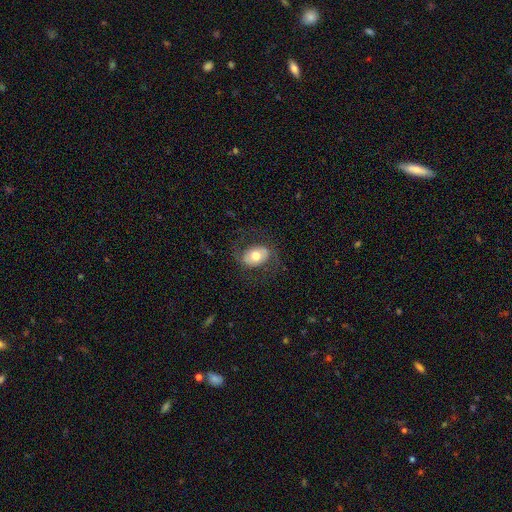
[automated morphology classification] smooth-or-featured: smooth: 49% | featured or disk: 43% | star or artifact: 7%
  merging: none: 71% | minor disturbance: 15% | major disturbance: 13% | merger: 1%